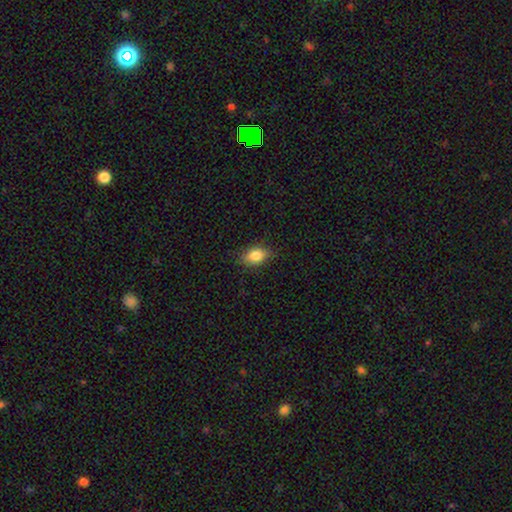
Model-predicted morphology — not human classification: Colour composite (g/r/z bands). It shows a smooth galaxy with no disk features (81%) that is in between round and cigar-shaped (79%). Merging: none (79%).